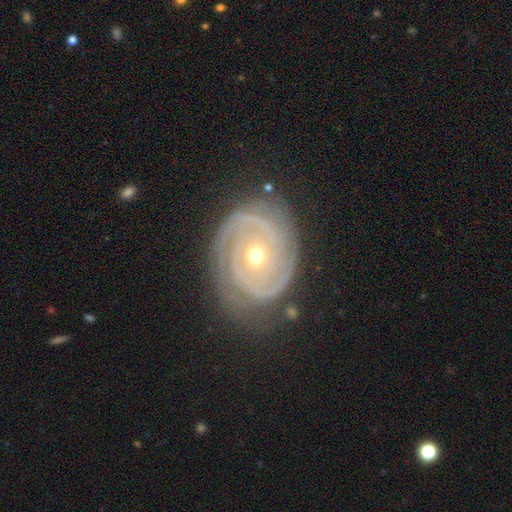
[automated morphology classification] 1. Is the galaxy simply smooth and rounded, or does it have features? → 91% featured or disk, 5% star or artifact, 4% smooth.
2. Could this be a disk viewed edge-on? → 97% no, 3% yes.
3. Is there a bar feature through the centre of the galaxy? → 76% no, 16% weak, 8% strong.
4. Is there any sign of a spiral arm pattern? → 98% yes, 2% no.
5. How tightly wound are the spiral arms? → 83% tight, 14% medium, 3% loose.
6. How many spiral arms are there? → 65% 2, 15% 3, 9% can't tell, 4% 4, 3% 1, 3% more than 4.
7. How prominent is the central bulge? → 53% moderate, 44% small, 1% large, 1% dominant, 1% none.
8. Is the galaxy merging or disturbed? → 79% none, 15% minor disturbance, 5% major disturbance, 1% merger.